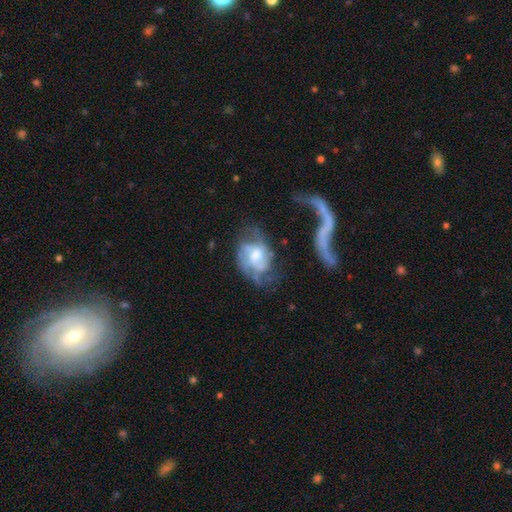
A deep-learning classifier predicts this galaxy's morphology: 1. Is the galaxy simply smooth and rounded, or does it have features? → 73% featured or disk, 20% smooth, 7% star or artifact.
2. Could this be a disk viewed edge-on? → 97% no, 3% yes.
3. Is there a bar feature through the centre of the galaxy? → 58% no, 35% weak, 7% strong.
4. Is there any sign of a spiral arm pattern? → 79% yes, 21% no.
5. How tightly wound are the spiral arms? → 43% medium, 30% tight, 27% loose.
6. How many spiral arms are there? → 35% 2, 34% can't tell, 15% 3, 7% 1, 5% 4, 4% more than 4.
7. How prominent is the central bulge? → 56% moderate, 20% large, 17% small, 5% none, 2% dominant.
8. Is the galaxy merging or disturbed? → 42% none, 28% major disturbance, 22% minor disturbance, 8% merger.